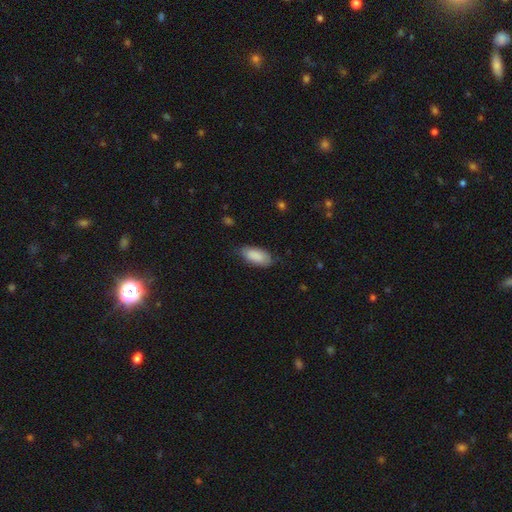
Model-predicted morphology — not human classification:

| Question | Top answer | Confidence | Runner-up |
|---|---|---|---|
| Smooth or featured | smooth | 87% | featured or disk (7%) |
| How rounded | in between | 91% | cigar-shaped (7%) |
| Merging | none | 73% | minor disturbance (21%) |